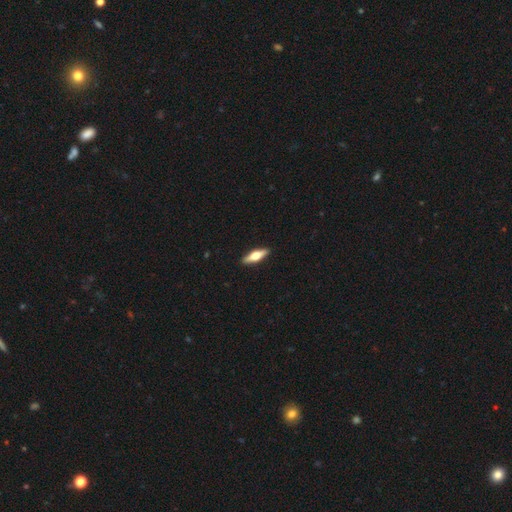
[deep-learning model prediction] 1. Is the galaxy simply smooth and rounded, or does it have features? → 52% featured or disk, 43% smooth, 5% star or artifact.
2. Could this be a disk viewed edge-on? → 94% yes, 6% no.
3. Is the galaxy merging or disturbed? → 91% none, 6% minor disturbance, 1% major disturbance, 1% merger.